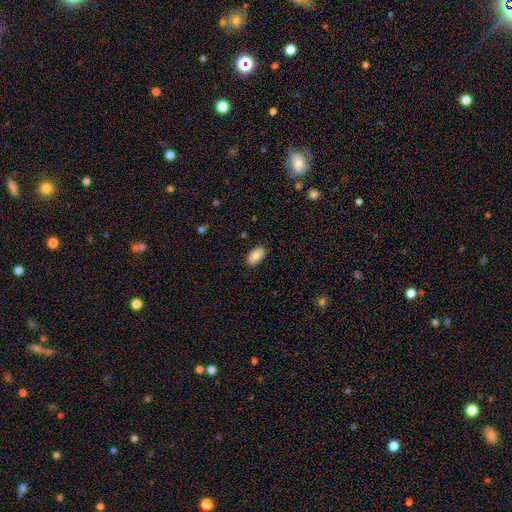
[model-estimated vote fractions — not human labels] The model was most divided on "smooth or featured": smooth: 85%, featured or disk: 8%, star or artifact: 7%. More confident: how rounded — in between (94%); merging — none (87%).